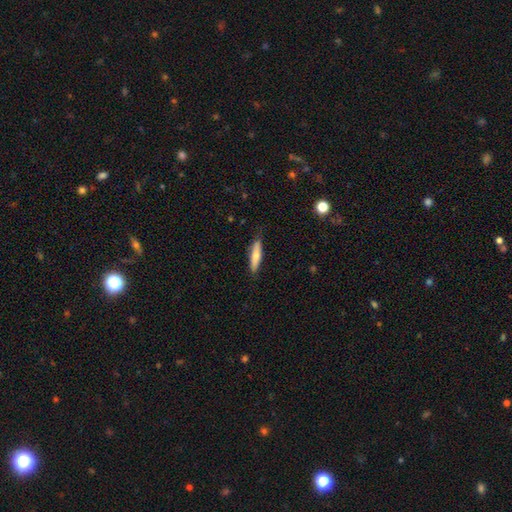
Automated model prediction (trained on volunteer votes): Smooth or featured? smooth (70%)
How rounded? cigar-shaped (78%)
Merging? none (82%)